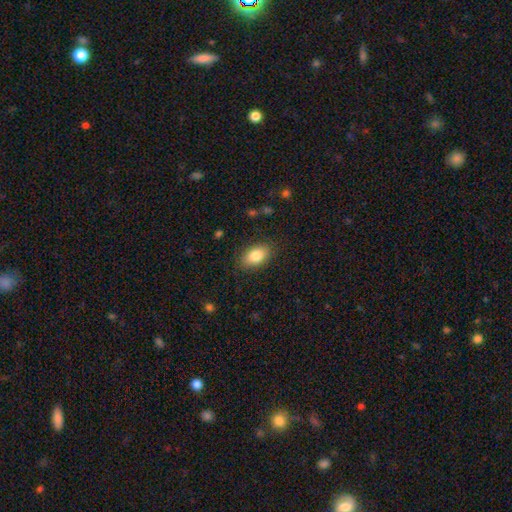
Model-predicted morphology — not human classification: The model was most divided on "smooth or featured": smooth: 83%, featured or disk: 9%, star or artifact: 7%. More confident: how rounded — in between (90%); merging — none (85%).